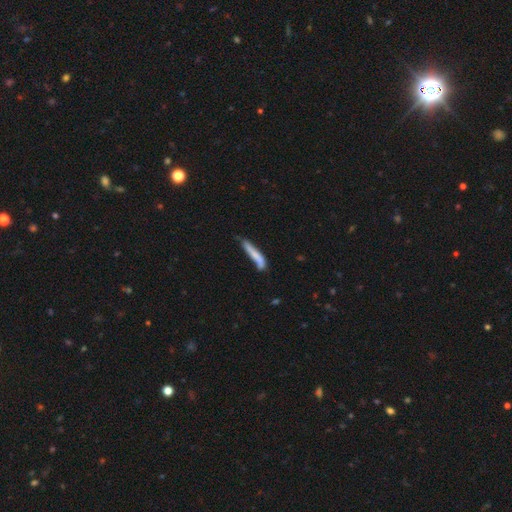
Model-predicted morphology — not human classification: Overall: smooth (67%). How rounded: cigar-shaped (90%). Merging: none (46%; minor disturbance 33%).